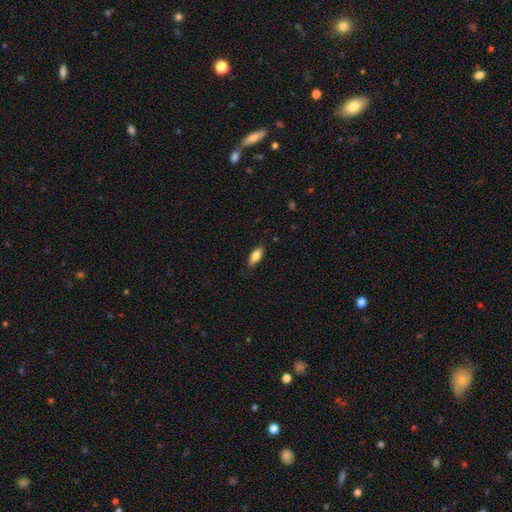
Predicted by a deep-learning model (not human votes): This appears to be a smooth galaxy with no disk features (81%) that is in between round and cigar-shaped (80%). Merging: none (86%).